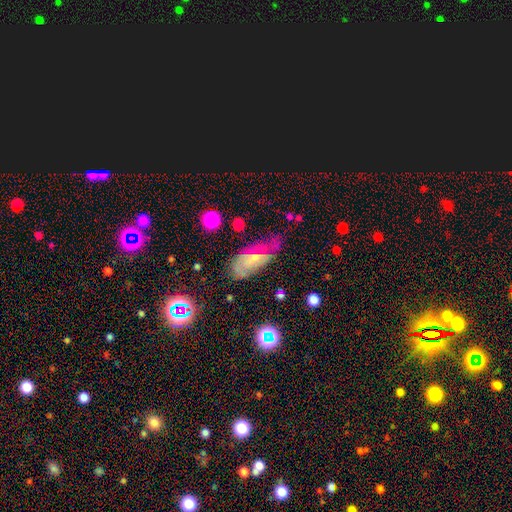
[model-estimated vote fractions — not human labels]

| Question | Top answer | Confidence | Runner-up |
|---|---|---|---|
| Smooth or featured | featured or disk | 54% | smooth (30%) |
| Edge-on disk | no | 85% | yes (15%) |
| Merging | none | 54% | minor disturbance (30%) |